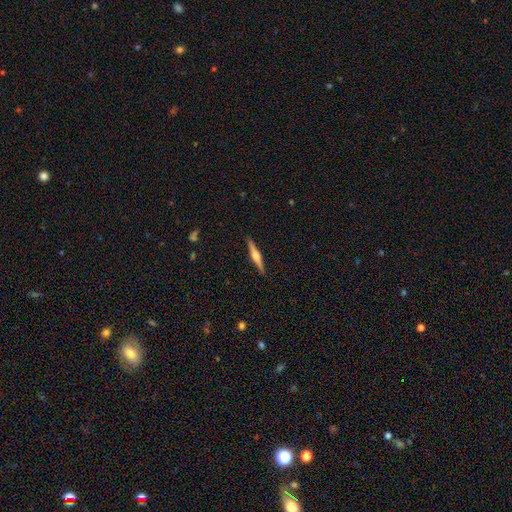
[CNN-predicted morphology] A featured or disk galaxy (73%) viewed edge-on (98%) with a rounded central bulge (90%). Merging: none (91%).